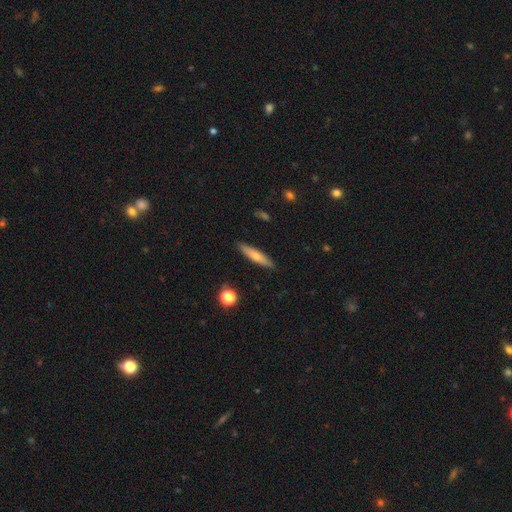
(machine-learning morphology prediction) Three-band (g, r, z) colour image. It shows a smooth galaxy with no disk features (63%) that is cigar-shaped (85%). Merging: none (89%).